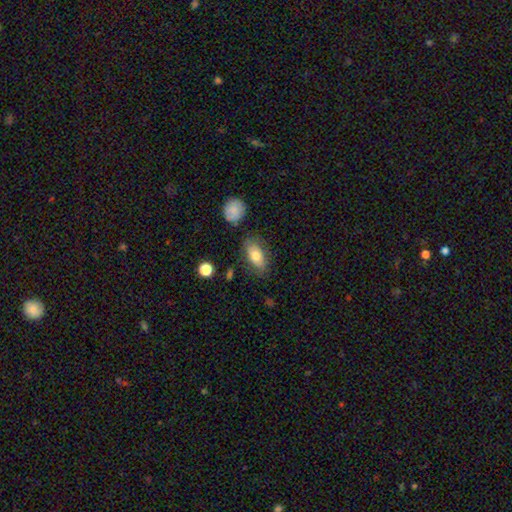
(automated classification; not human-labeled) smooth-or-featured: smooth: 76% | featured or disk: 17% | star or artifact: 8%
  how-rounded: in between: 87% | round: 7% | cigar-shaped: 5%
  merging: none: 76% | minor disturbance: 16% | major disturbance: 5% | merger: 3%